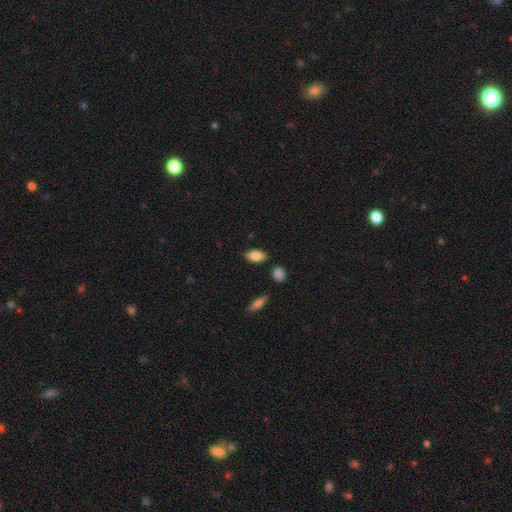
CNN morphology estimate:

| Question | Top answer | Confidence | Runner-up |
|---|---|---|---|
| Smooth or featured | smooth | 82% | featured or disk (12%) |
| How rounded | in between | 89% | cigar-shaped (8%) |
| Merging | none | 84% | minor disturbance (11%) |